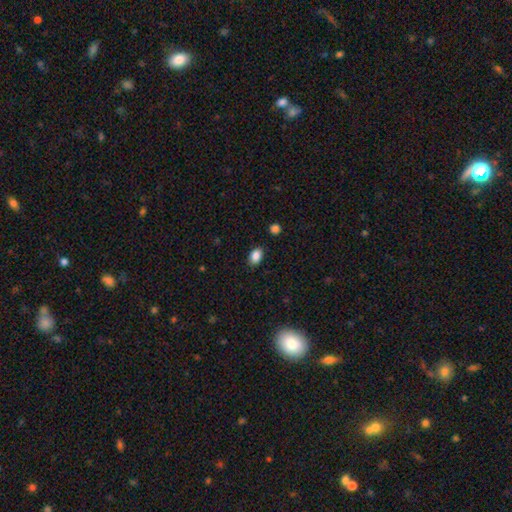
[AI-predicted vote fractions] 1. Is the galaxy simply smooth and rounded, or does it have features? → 87% smooth, 9% star or artifact, 4% featured or disk.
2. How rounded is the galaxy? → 82% in between, 16% round, 1% cigar-shaped.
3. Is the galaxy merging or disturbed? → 86% none, 10% minor disturbance, 2% major disturbance, 2% merger.